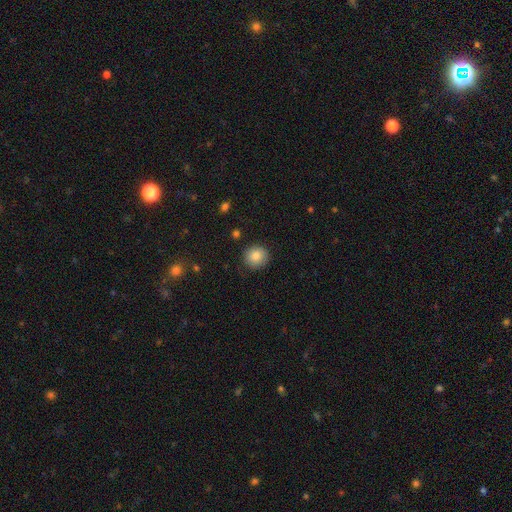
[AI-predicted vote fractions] Q: Smooth or featured?
A: smooth (84%); runner-up: star or artifact (9%)
Q: How rounded?
A: round (87%); runner-up: in between (12%)
Q: Merging?
A: none (86%); runner-up: minor disturbance (10%)